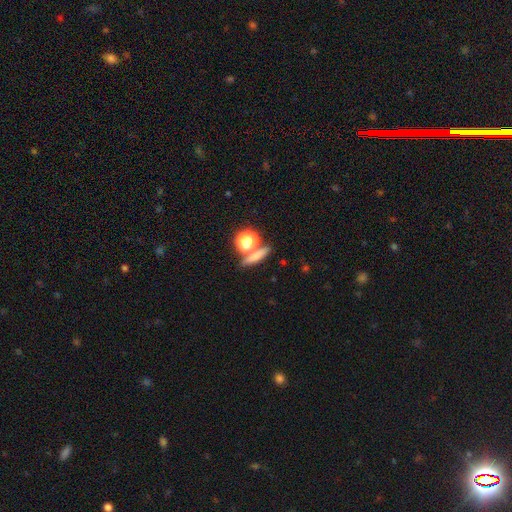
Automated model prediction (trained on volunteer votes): The model was most divided on "how rounded": cigar-shaped: 43%, round: 36%, in between: 22%. More confident: merging — none (71%); smooth or featured — smooth (65%).